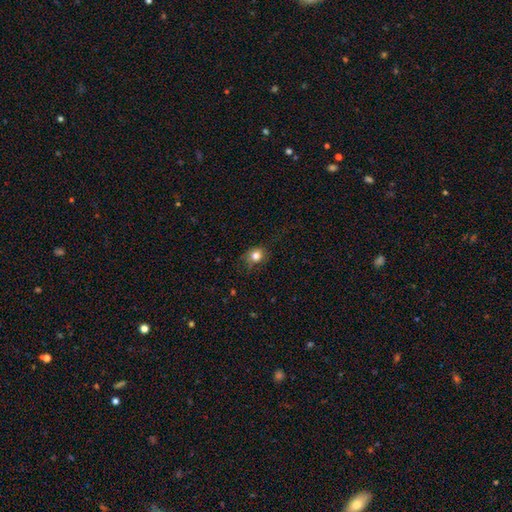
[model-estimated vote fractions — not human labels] A smooth galaxy with no disk features (80%) that is round (68%).

Vote fractions:
- Smooth or featured? smooth: 80% / star or artifact: 12% / featured or disk: 7%
- How rounded? round: 68% / in between: 31% / cigar-shaped: 1%
- Merging? none: 72% / minor disturbance: 20% / major disturbance: 6% / merger: 1%